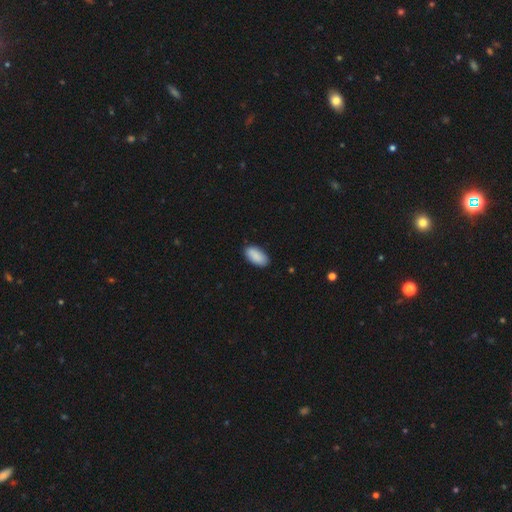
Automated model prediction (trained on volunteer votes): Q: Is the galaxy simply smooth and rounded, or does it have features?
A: smooth — 89%.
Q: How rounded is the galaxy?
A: in between — 93%.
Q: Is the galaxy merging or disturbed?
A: none — 86%.